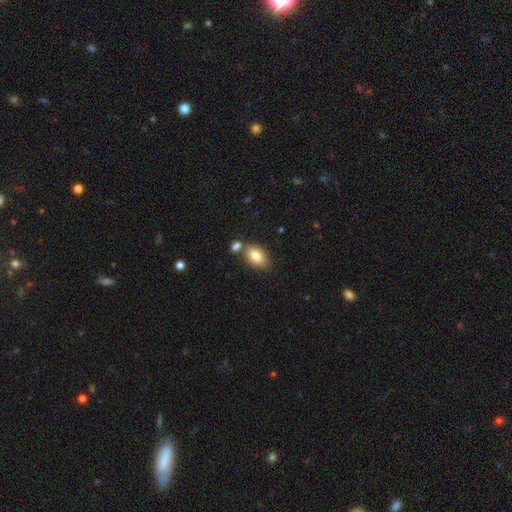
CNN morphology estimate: smooth 83%, featured or disk 10%, star or artifact 7%. Down the decision tree: how rounded — in between (88%); merging — none (65%).